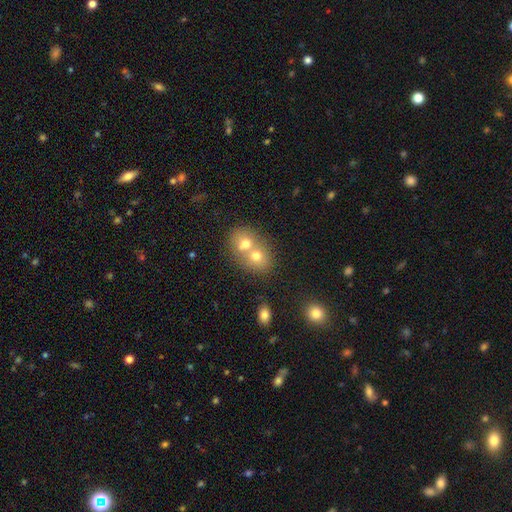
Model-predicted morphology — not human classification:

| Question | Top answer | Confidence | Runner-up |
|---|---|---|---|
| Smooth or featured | smooth | 63% | featured or disk (23%) |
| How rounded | round | 63% | in between (36%) |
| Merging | merger | 66% | none (27%) |